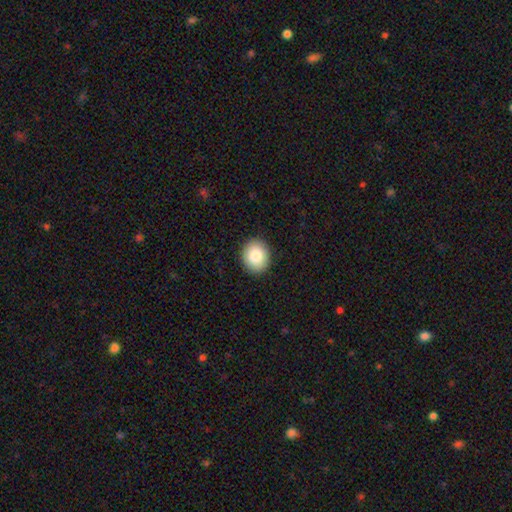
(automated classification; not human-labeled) Smooth or featured? Predicted: smooth (p=0.86). How rounded? Predicted: round (p=0.61). Merging? Predicted: none (p=0.90).